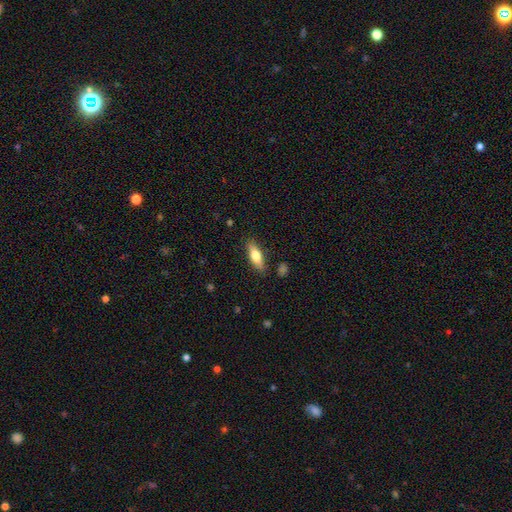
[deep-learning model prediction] Smooth or featured? smooth (71%)
How rounded? in between (58%)
Merging? none (84%)